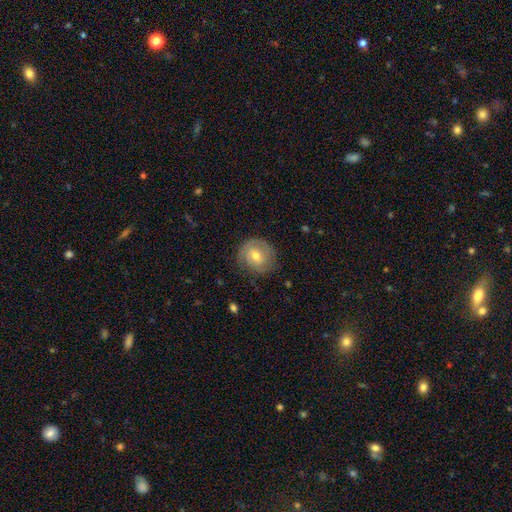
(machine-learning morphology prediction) type=featured or disk (48%); merging=none (72%).